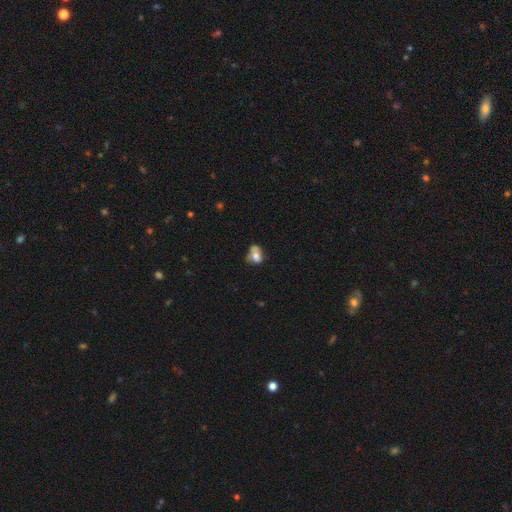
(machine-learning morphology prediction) Smooth or featured: smooth — 66% (featured or disk — 23%)
How rounded: in between — 59% (round — 39%)
Merging: none — 31% (minor disturbance — 27%)